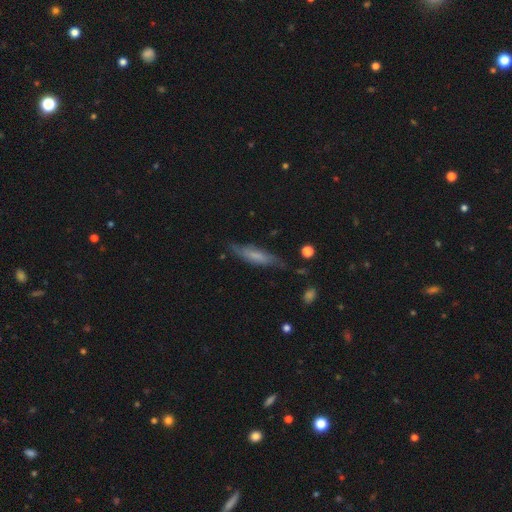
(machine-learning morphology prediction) smooth_or_featured: smooth (p=0.52) [alt: featured or disk p=0.40]
how_rounded: cigar-shaped (p=0.71) [alt: in between p=0.27]
merging: none (p=0.69) [alt: minor disturbance p=0.22]